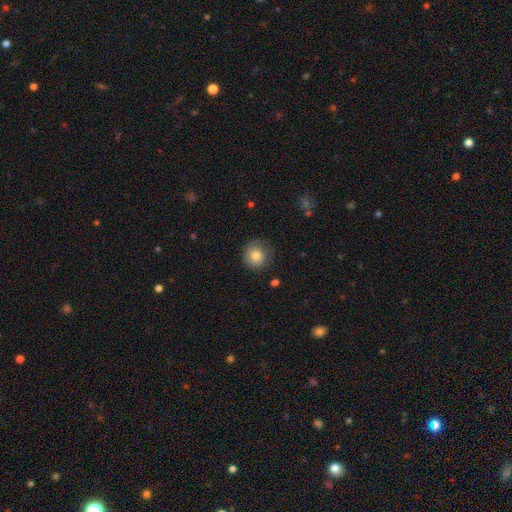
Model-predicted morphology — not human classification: This appears to be a smooth galaxy with no disk features (80%) that is round (92%). Merging: none (74%).